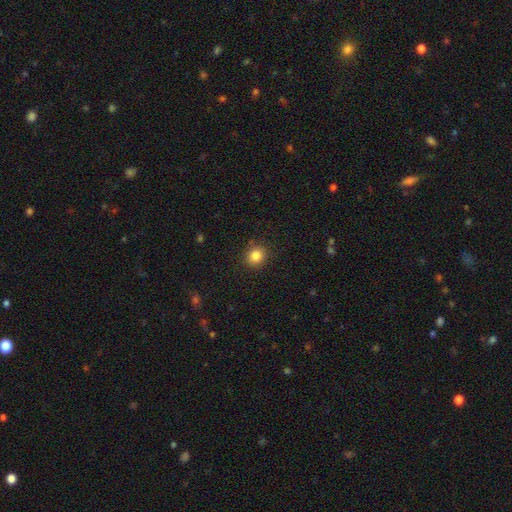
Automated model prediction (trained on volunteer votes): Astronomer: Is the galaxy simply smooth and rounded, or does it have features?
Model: smooth — 84%.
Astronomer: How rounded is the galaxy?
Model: round — 78%.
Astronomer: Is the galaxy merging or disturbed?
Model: none — 89%.